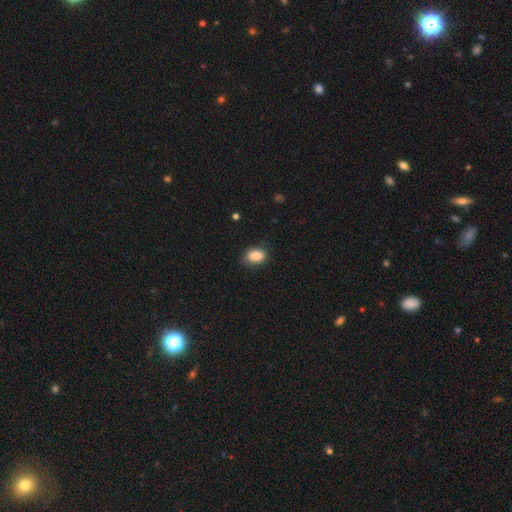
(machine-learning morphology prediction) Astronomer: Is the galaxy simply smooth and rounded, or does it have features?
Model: smooth — 86%.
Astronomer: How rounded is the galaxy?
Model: in between — 86%.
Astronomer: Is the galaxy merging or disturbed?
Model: none — 78%.